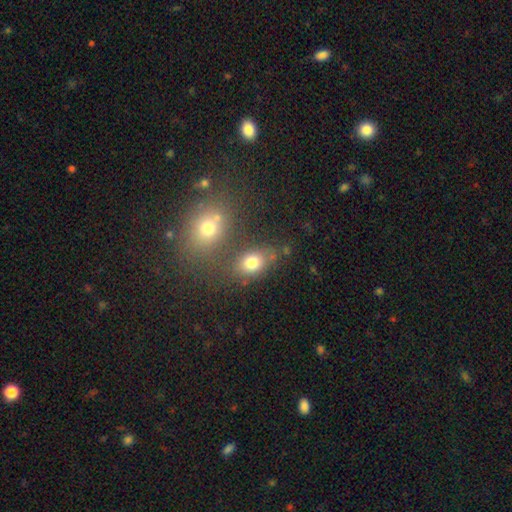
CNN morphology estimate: This is possibly a smooth galaxy (59%). How rounded: likely in between (63%). Merging: possibly none (52%).